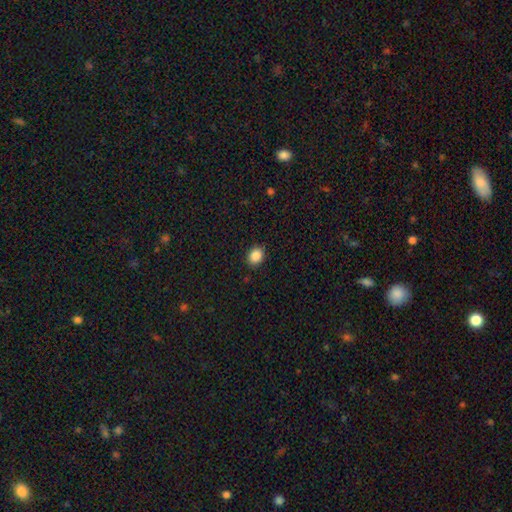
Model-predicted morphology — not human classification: smooth_or_featured: smooth (p=0.87) [alt: star or artifact p=0.10]
how_rounded: round (p=0.51) [alt: in between p=0.48]
merging: none (p=0.88) [alt: minor disturbance p=0.09]